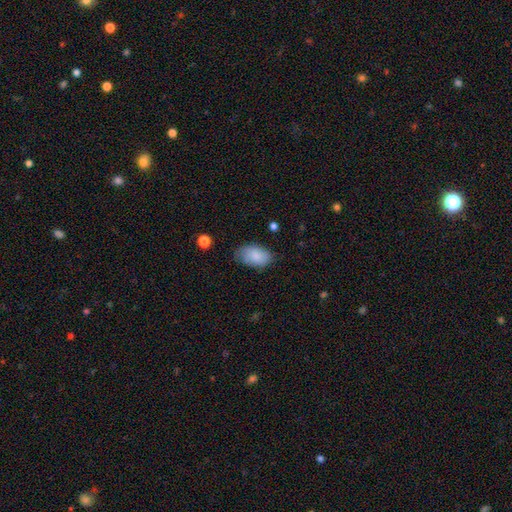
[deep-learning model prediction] smooth_or_featured: smooth (p=0.83) [alt: featured or disk p=0.11]
how_rounded: in between (p=0.92) [alt: round p=0.07]
merging: none (p=0.65) [alt: minor disturbance p=0.27]